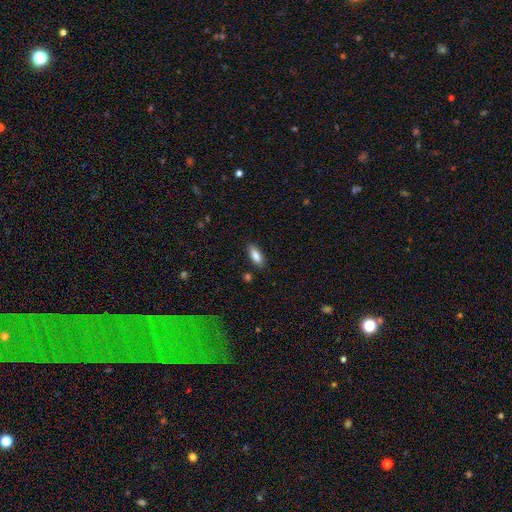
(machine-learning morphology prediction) This appears to be a smooth galaxy with no disk features (85%) that is in between round and cigar-shaped (79%). Merging: none (84%).